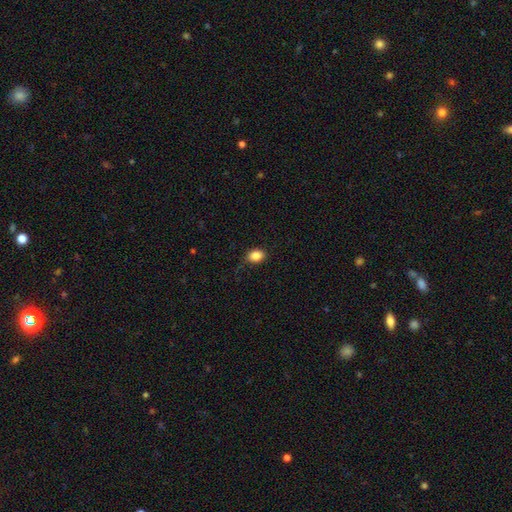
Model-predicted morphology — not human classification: The model was most divided on "how rounded": in between: 75%, round: 24%, cigar-shaped: 1%. More confident: smooth or featured — smooth (86%); merging — none (82%).